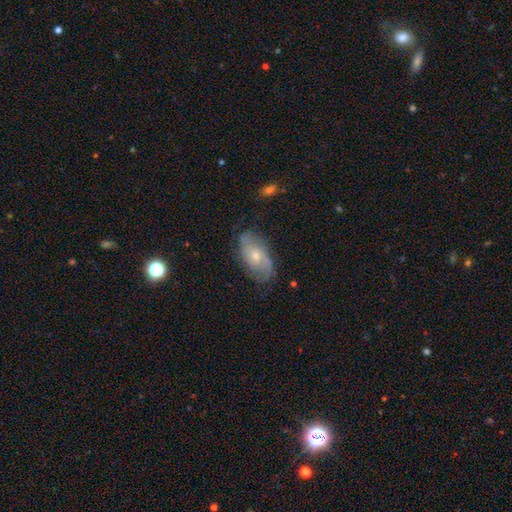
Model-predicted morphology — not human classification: Smooth or featured?
  - featured or disk: 57% *
  - smooth: 35%
  - star or artifact: 7%
Edge-on disk?
  - no: 92% *
  - yes: 8%
Bar?
  - no: 77% *
  - weak: 20%
  - strong: 3%
Spiral arms?
  - yes: 74% *
  - no: 26%
Bulge size?
  - small: 52% *
  - moderate: 43%
  - large: 2%
  - none: 2%
  - dominant: 1%
Merging?
  - none: 69% *
  - minor disturbance: 22%
  - major disturbance: 7%
  - merger: 2%